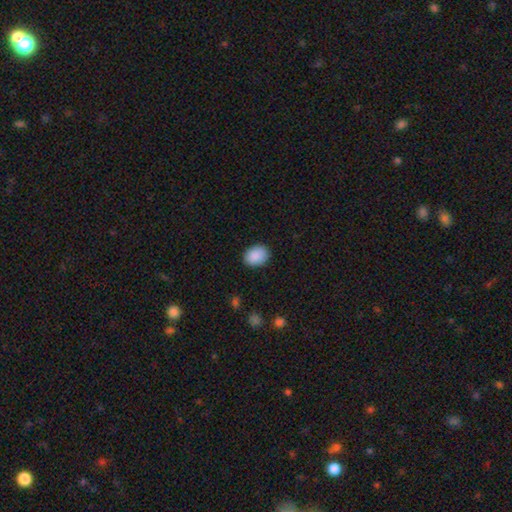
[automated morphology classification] The model was most divided on "how rounded": in between: 61%, round: 38%, cigar-shaped: 1%. More confident: smooth or featured — smooth (90%); merging — none (87%).